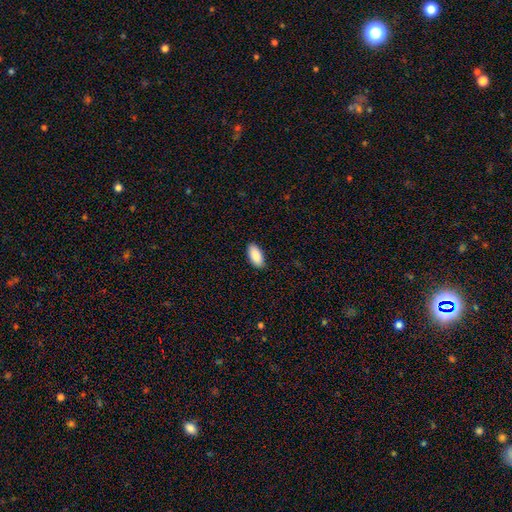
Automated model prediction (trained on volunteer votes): Q: Smooth or featured?
A: smooth (90%); runner-up: star or artifact (6%)
Q: How rounded?
A: in between (94%); runner-up: cigar-shaped (4%)
Q: Merging?
A: none (90%); runner-up: minor disturbance (8%)